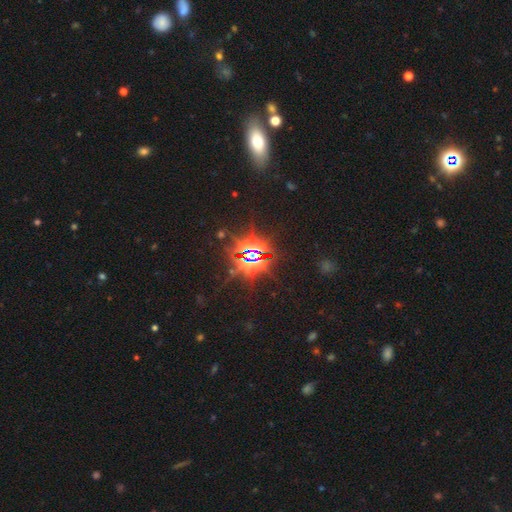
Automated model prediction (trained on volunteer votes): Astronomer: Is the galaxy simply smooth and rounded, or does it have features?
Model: star or artifact — 85%.